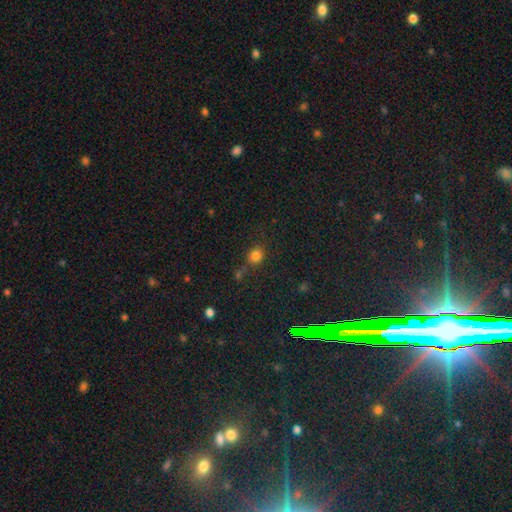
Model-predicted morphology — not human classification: Smooth or featured: smooth — 78% (star or artifact — 16%)
How rounded: round — 82% (in between — 17%)
Merging: none — 69% (minor disturbance — 14%)